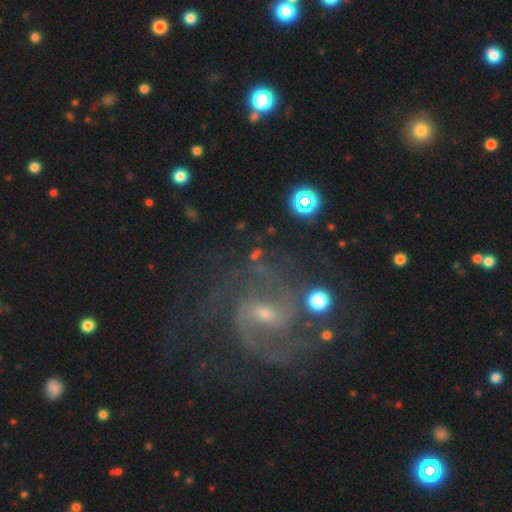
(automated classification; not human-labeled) smooth-or-featured: featured or disk: 66% | star or artifact: 19% | smooth: 15%
  disk-edge-on: no: 96% | yes: 4%
    bar: weak: 47% | no: 32% | strong: 22%
    has-spiral-arms: yes: 92% | no: 8%
      spiral-winding: medium: 48% | tight: 33% | loose: 19%
      spiral-arm-count: 2: 51% | can't tell: 19% | 3: 11% | 4: 7% | 1: 6% | more than 4: 6%
    bulge-size: small: 54% | moderate: 35% | none: 5% | large: 4% | dominant: 2%
  merging: none: 68% | minor disturbance: 15% | major disturbance: 12% | merger: 5%